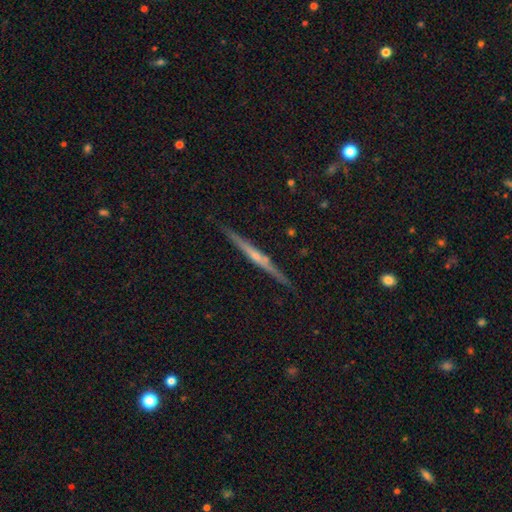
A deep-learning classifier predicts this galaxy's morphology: A featured or disk galaxy (73%) viewed edge-on (98%) with a rounded central bulge (51%).

Vote fractions:
- Smooth or featured? featured or disk: 73% / smooth: 20% / star or artifact: 6%
- Edge-on disk? yes: 98% / no: 2%
- Edge-on bulge? rounded: 51% / none: 41% / boxy: 8%
- Merging? none: 89% / minor disturbance: 8% / merger: 1% / major disturbance: 1%